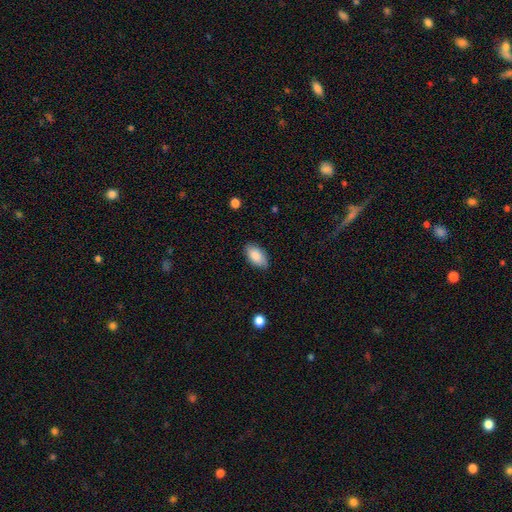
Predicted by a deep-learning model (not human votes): This is clearly a smooth galaxy (86%). How rounded: clearly in between (94%). Merging: clearly none (82%).